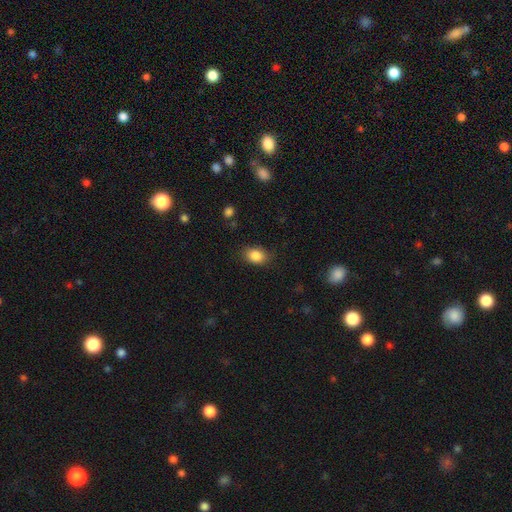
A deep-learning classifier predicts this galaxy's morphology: smooth_or_featured: smooth (p=0.85) [alt: star or artifact p=0.09]
how_rounded: in between (p=0.75) [alt: round p=0.24]
merging: none (p=0.81) [alt: minor disturbance p=0.14]